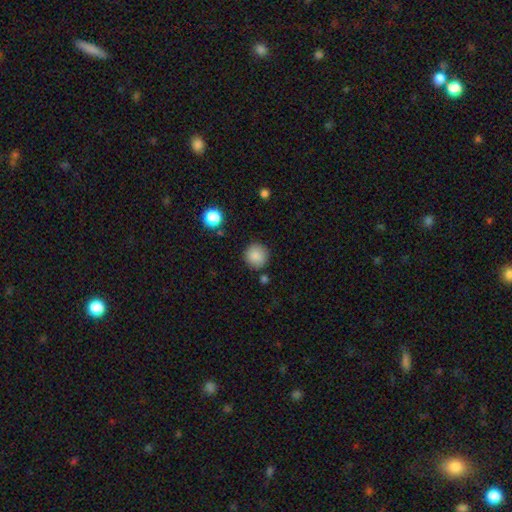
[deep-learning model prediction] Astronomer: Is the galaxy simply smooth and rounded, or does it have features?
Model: smooth — 86%.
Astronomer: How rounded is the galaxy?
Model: round — 93%.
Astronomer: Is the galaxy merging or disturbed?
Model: none — 86%.